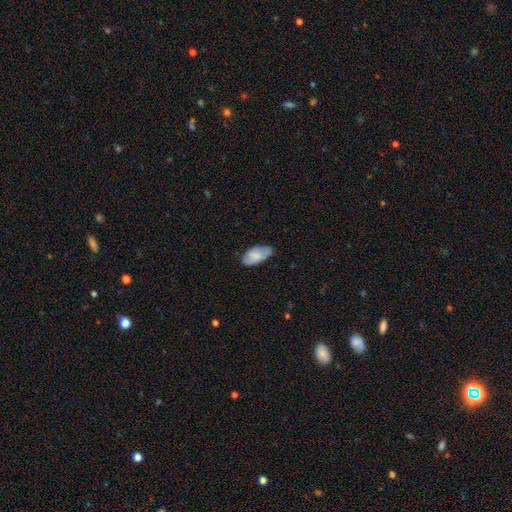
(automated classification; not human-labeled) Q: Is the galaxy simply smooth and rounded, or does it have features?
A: smooth — 71%.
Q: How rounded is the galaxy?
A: in between — 94%.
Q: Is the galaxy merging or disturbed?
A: none — 70%.